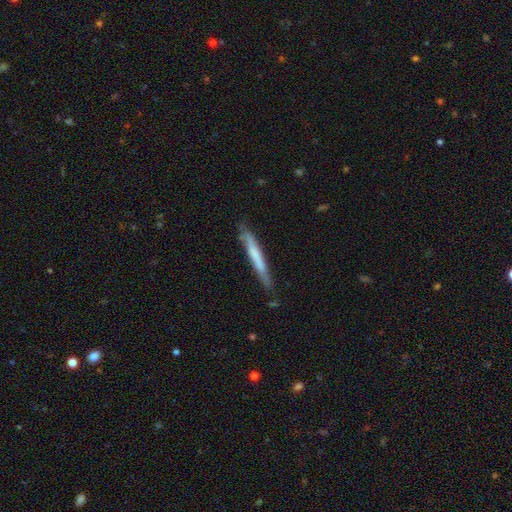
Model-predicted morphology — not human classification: Smooth or featured: smooth — 57% (featured or disk — 38%)
How rounded: cigar-shaped — 96% (in between — 3%)
Merging: none — 80% (minor disturbance — 16%)